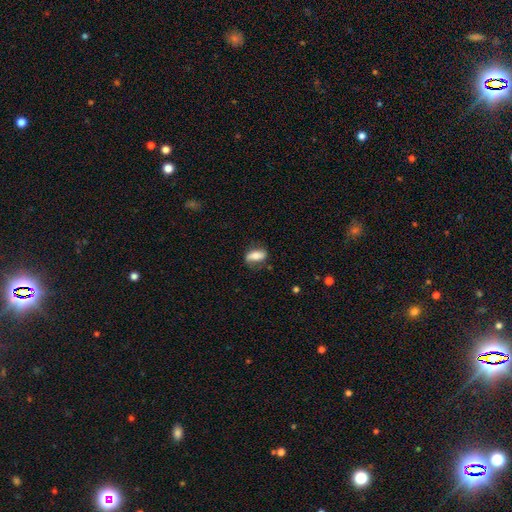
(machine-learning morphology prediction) The model was most divided on "smooth or featured": smooth: 69%, featured or disk: 24%, star or artifact: 7%. More confident: how rounded — in between (83%); merging — none (68%).